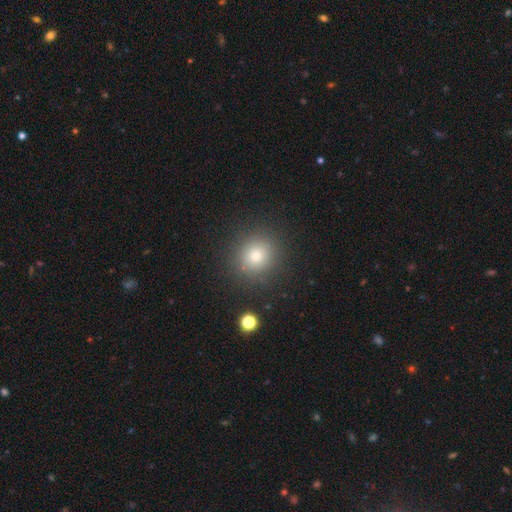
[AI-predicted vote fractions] A smooth galaxy with no disk features (78%) that is round (87%). Merging: none (88%).